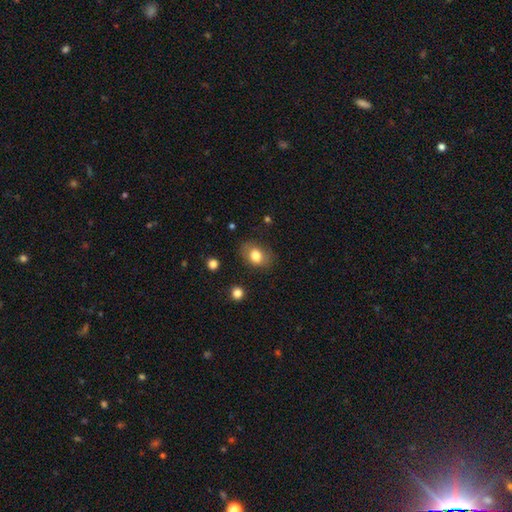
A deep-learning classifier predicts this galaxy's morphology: type=smooth (78%); roundness=in between (67%); merging=none (77%).